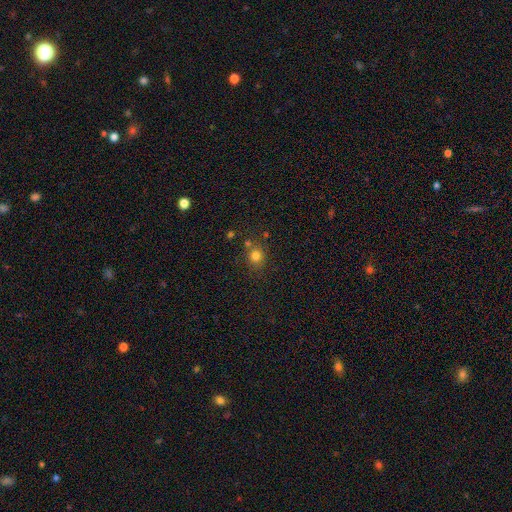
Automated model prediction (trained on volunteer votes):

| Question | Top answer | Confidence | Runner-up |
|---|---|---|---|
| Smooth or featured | smooth | 78% | star or artifact (15%) |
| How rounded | round | 84% | in between (15%) |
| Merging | none | 72% | merger (13%) |